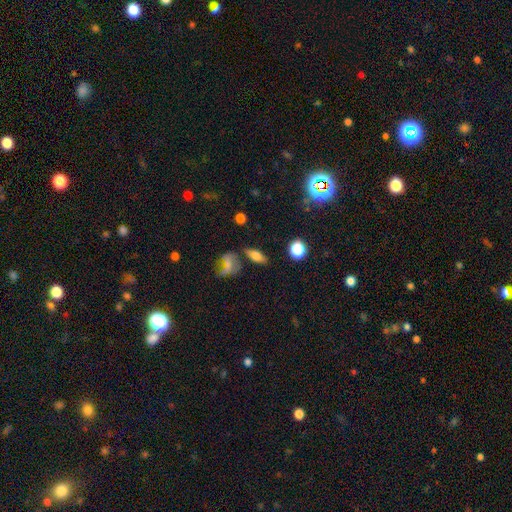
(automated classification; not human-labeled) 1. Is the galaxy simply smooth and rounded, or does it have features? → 67% smooth, 22% featured or disk, 11% star or artifact.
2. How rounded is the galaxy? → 69% in between, 24% cigar-shaped, 8% round.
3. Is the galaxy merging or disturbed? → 76% none, 13% minor disturbance, 7% merger, 4% major disturbance.